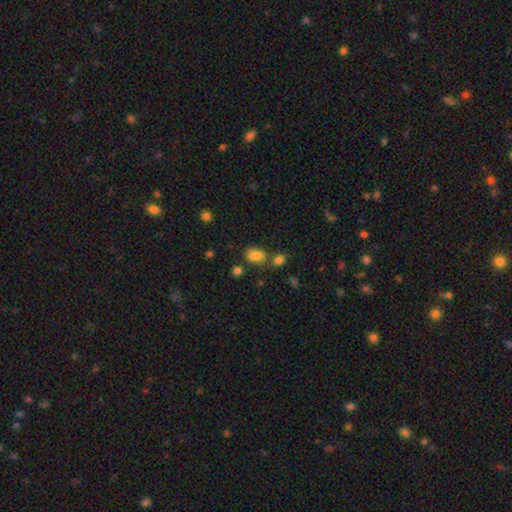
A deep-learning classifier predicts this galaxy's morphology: type=smooth (80%); roundness=in between (80%); merging=none (53%).